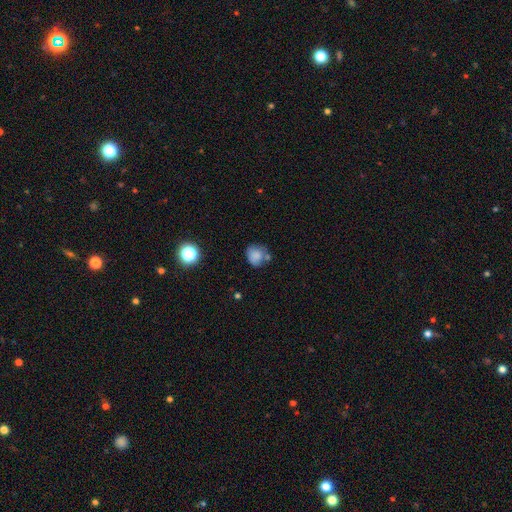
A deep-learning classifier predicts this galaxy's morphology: The model was most divided on "merging": none: 54%, minor disturbance: 22%, merger: 16%, major disturbance: 8%. More confident: smooth or featured — smooth (78%); how rounded — round (76%).